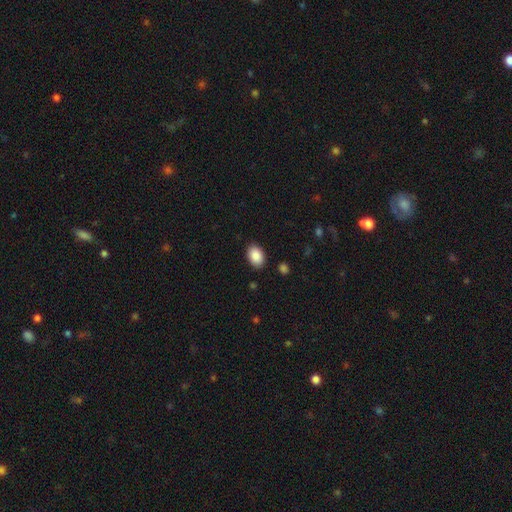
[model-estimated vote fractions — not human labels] Q: Smooth or featured?
A: smooth (89%); runner-up: star or artifact (7%)
Q: How rounded?
A: in between (85%); runner-up: round (14%)
Q: Merging?
A: none (88%); runner-up: minor disturbance (9%)